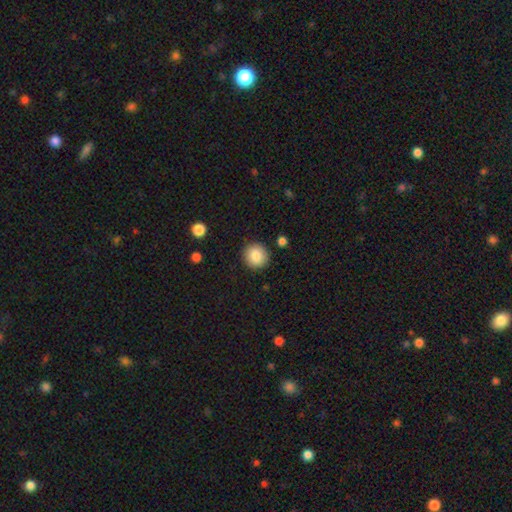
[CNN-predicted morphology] smooth_or_featured: smooth (p=0.86) [alt: star or artifact p=0.08]
how_rounded: round (p=0.91) [alt: in between p=0.08]
merging: none (p=0.90) [alt: minor disturbance p=0.06]